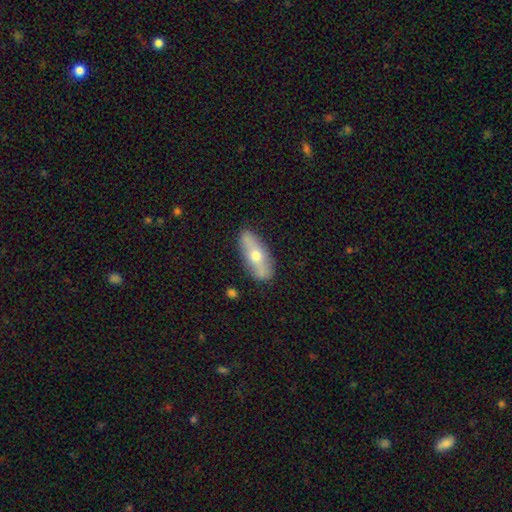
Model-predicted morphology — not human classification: smooth 50%, featured or disk 44%, star or artifact 6%. Down the decision tree: merging — none (83%).